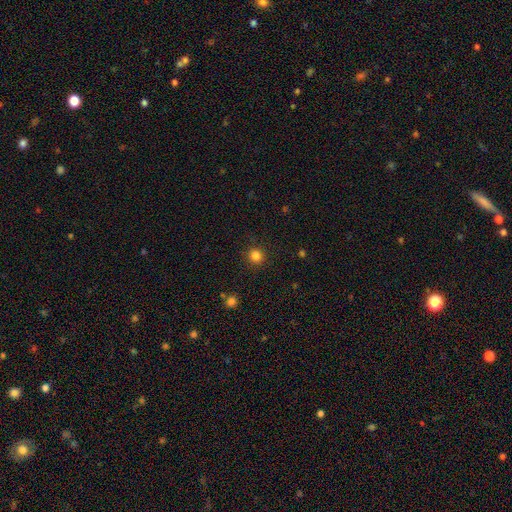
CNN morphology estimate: The model was most divided on "smooth or featured": smooth: 83%, star or artifact: 13%, featured or disk: 4%. More confident: how rounded — round (93%); merging — none (91%).